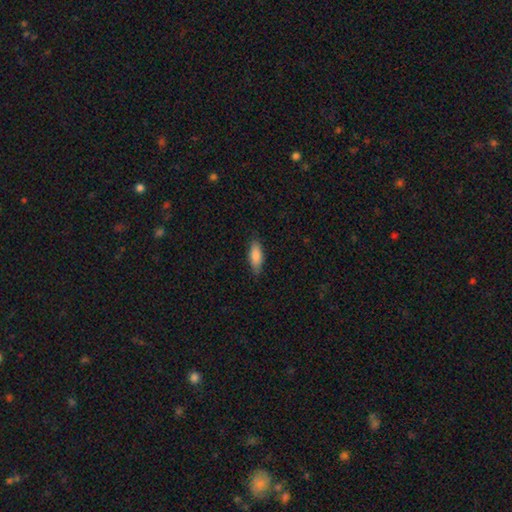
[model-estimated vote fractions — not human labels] Smooth or featured: smooth — 86% (featured or disk — 8%)
How rounded: in between — 69% (cigar-shaped — 29%)
Merging: none — 83% (minor disturbance — 14%)